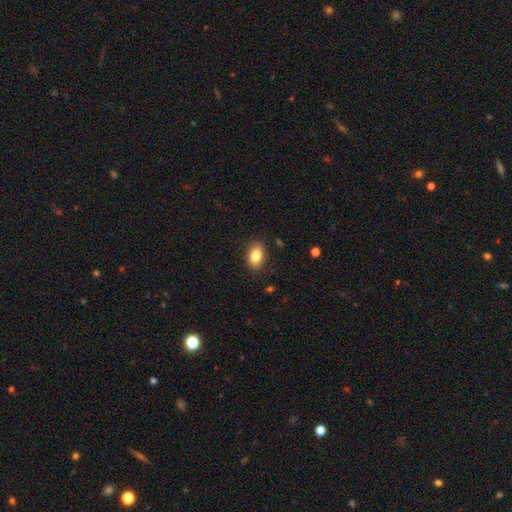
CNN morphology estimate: Smooth or featured? Predicted: smooth (p=0.83). How rounded? Predicted: in between (p=0.84). Merging? Predicted: none (p=0.86).